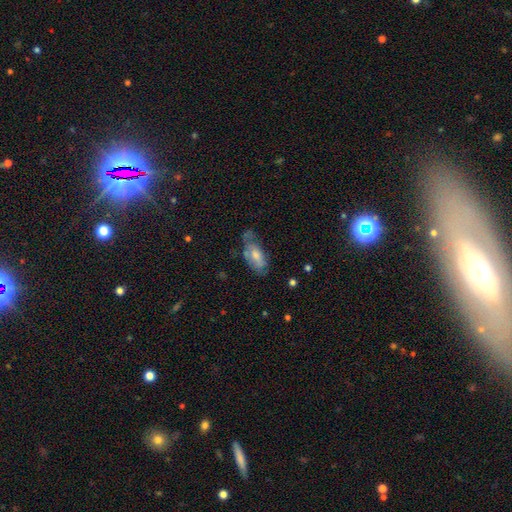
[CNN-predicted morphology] A smooth galaxy with no disk features (60%) that is in between round and cigar-shaped (85%). Merging: none (40%).